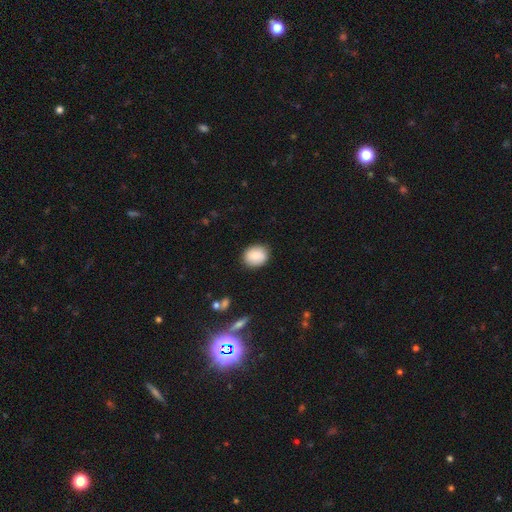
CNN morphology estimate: A smooth galaxy with no disk features (84%) that is round (64%). Merging: none (86%).